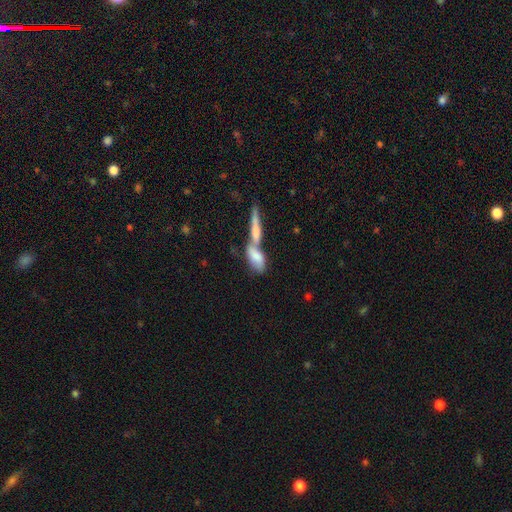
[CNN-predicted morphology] Overall: smooth (64%; featured or disk 28%). How rounded: in between (62%; cigar-shaped 33%). Merging: merger (65%).